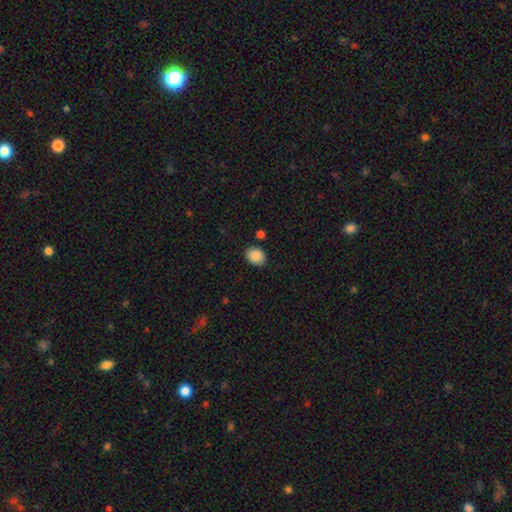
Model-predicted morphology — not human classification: This appears to be a smooth galaxy with no disk features (88%) that is in between round and cigar-shaped (53%). Merging: none (83%).